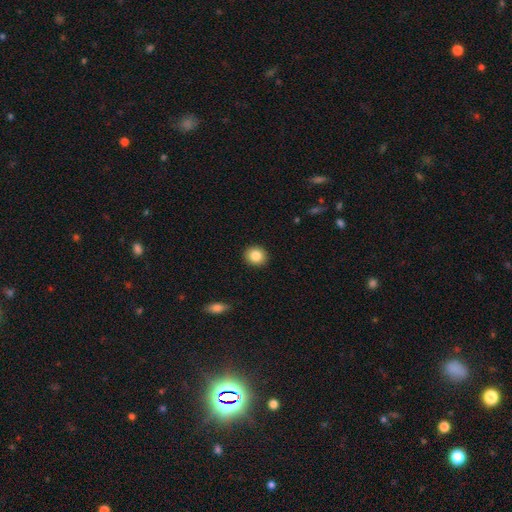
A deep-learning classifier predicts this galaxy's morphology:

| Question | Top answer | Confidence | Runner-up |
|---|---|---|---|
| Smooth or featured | smooth | 85% | star or artifact (9%) |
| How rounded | round | 83% | in between (16%) |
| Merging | none | 92% | minor disturbance (6%) |